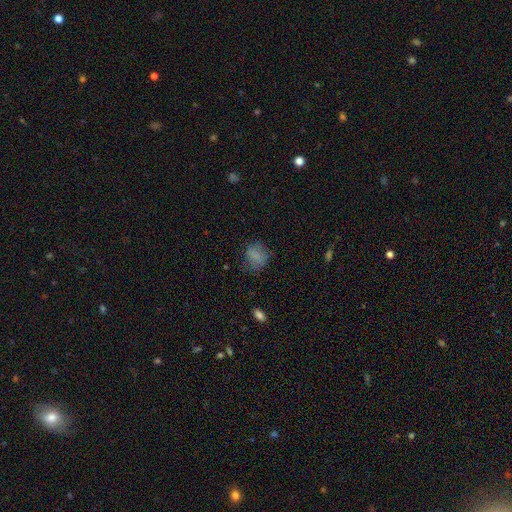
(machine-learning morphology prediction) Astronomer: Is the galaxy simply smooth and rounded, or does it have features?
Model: smooth — 76%.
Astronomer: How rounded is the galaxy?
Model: round — 57% (runner-up: in between, 42%).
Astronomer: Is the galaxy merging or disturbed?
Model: none — 65%.